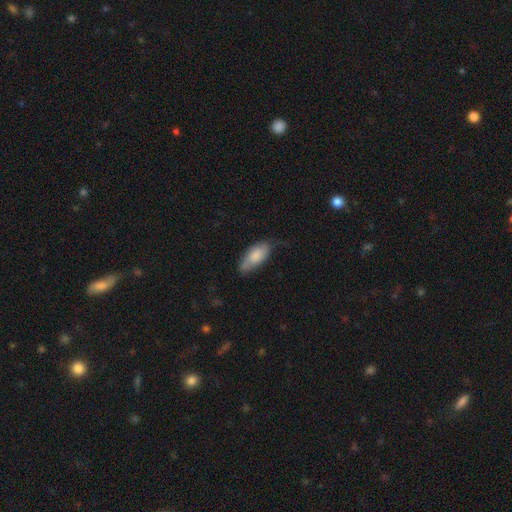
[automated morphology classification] Smooth or featured? smooth (80%)
How rounded? in between (87%)
Merging? none (59%)